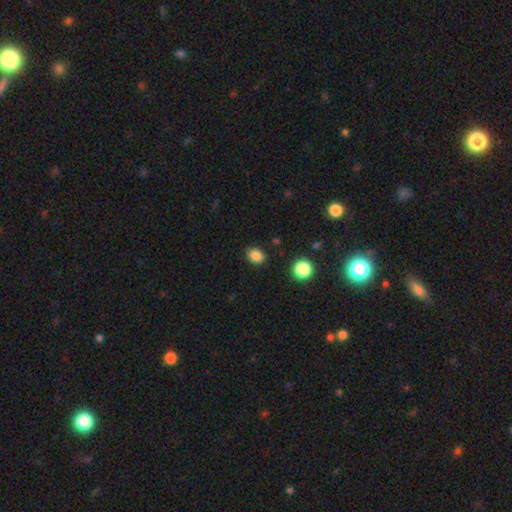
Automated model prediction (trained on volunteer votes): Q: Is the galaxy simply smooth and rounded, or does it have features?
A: smooth — 85%.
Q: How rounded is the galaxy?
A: in between — 55%.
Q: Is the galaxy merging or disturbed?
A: none — 86%.